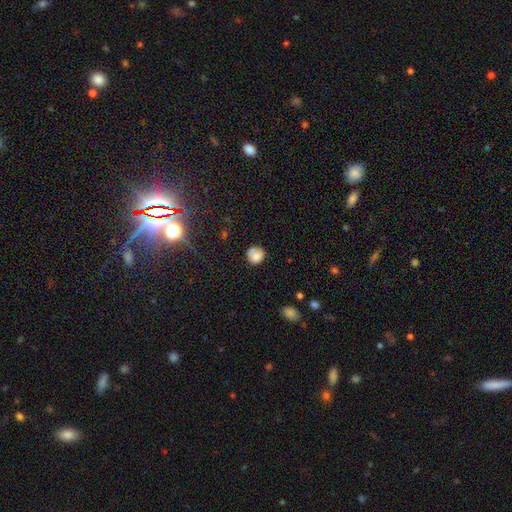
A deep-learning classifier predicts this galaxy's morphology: A smooth galaxy with no disk features (80%) that is round (87%). Merging: none (71%).